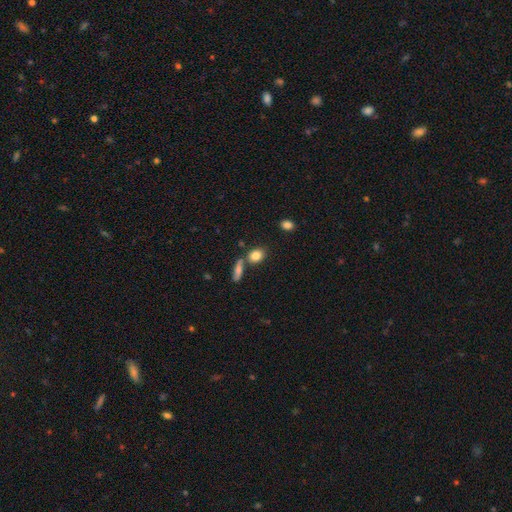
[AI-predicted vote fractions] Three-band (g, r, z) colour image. It shows a smooth galaxy with no disk features (82%) that is in between round and cigar-shaped (51%). Merging: none (63%).